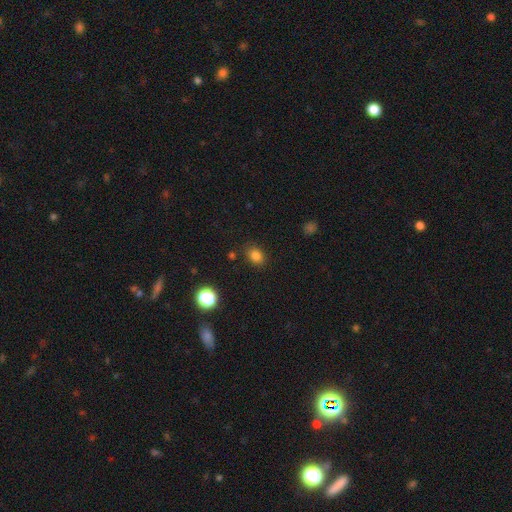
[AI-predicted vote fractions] Smooth or featured? Predicted: smooth (p=0.80). How rounded? Predicted: in between (p=0.52). Merging? Predicted: none (p=0.82).